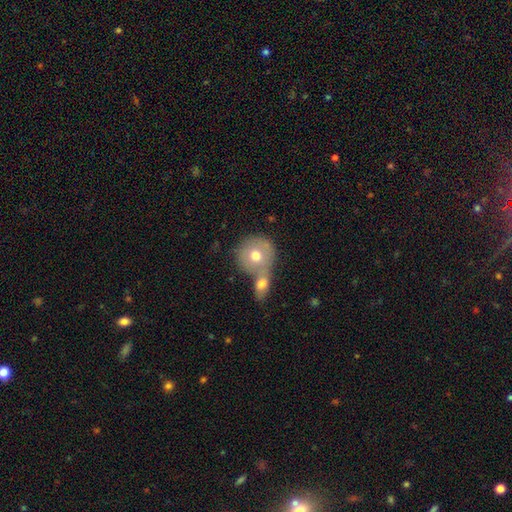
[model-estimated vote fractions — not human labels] smooth-or-featured: smooth: 68% | featured or disk: 24% | star or artifact: 7%
  how-rounded: round: 89% | in between: 10% | cigar-shaped: 1%
  merging: merger: 55% | none: 34% | minor disturbance: 8% | major disturbance: 3%